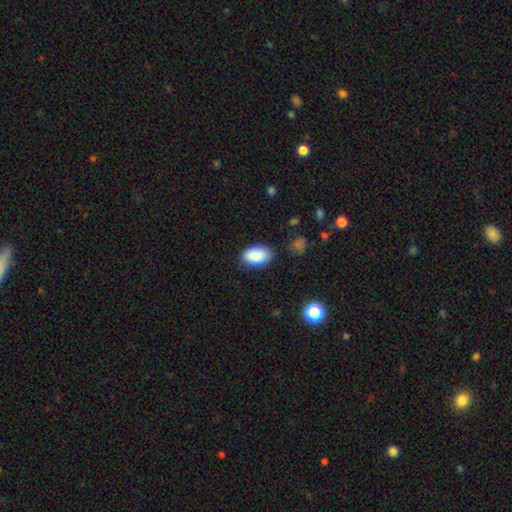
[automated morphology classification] Q: Smooth or featured?
A: smooth (89%); runner-up: star or artifact (7%)
Q: How rounded?
A: in between (93%); runner-up: round (6%)
Q: Merging?
A: none (82%); runner-up: minor disturbance (14%)